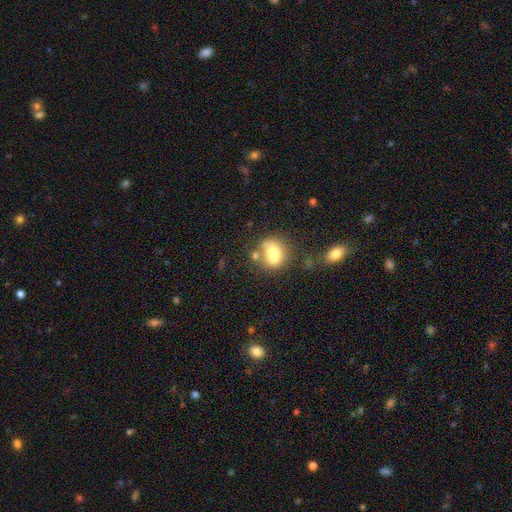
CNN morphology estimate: Smooth or featured?
  - smooth: 68% *
  - featured or disk: 21%
  - star or artifact: 11%
How rounded?
  - round: 54% *
  - in between: 44%
  - cigar-shaped: 2%
Merging?
  - none: 40% *
  - merger: 35%
  - minor disturbance: 17%
  - major disturbance: 9%